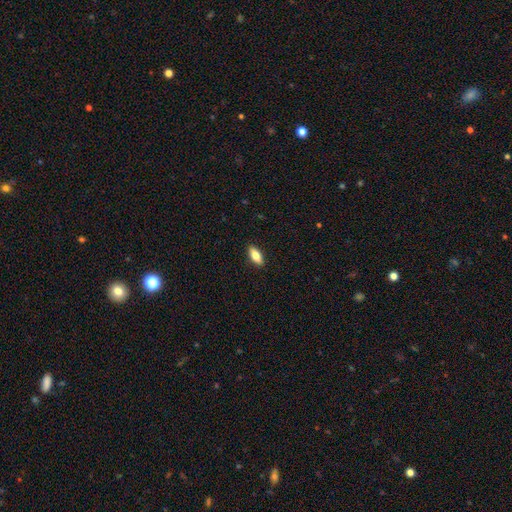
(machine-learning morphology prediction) The model was most divided on "smooth or featured": smooth: 73%, featured or disk: 21%, star or artifact: 7%. More confident: merging — none (90%); how rounded — in between (77%).